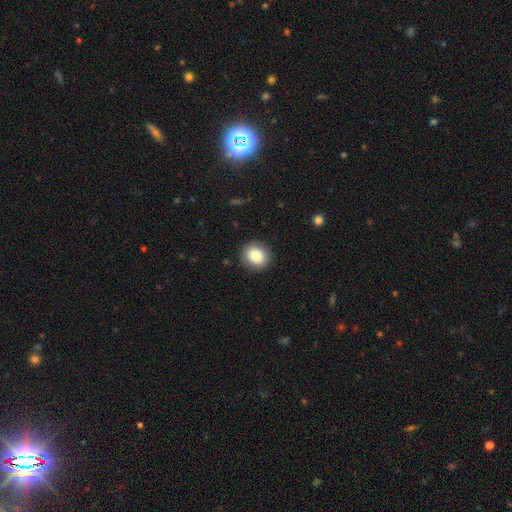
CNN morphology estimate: Overall: smooth (83%). How rounded: round (80%). Merging: none (90%).